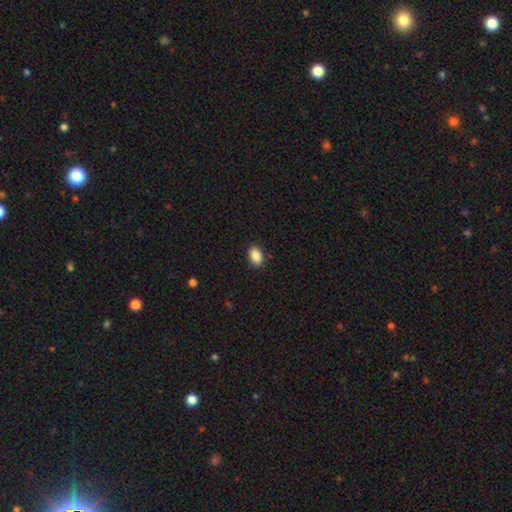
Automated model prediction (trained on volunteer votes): smooth_or_featured: smooth (p=0.89) [alt: star or artifact p=0.08]
how_rounded: in between (p=0.85) [alt: round p=0.13]
merging: none (p=0.90) [alt: minor disturbance p=0.07]